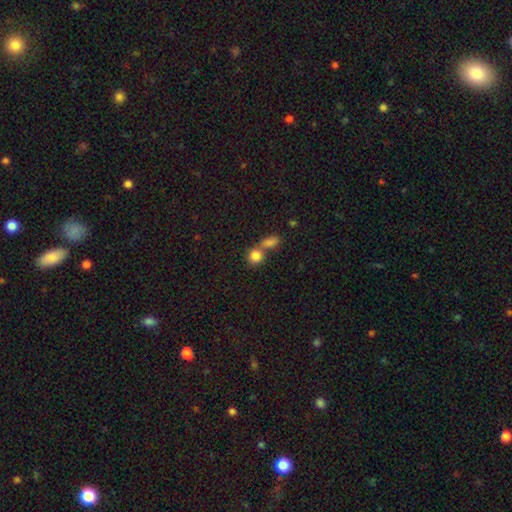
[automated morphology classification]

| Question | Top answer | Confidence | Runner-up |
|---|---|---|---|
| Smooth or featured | smooth | 83% | star or artifact (10%) |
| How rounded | round | 78% | in between (20%) |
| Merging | merger | 48% | none (42%) |